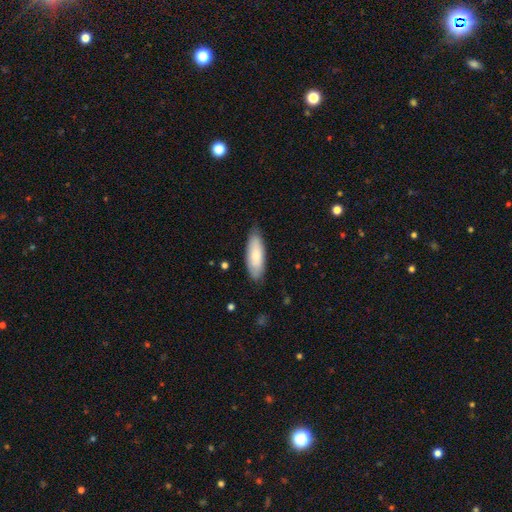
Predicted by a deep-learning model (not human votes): Morphology: type=smooth (77%); roundness=in between (65%); merging=none (79%).